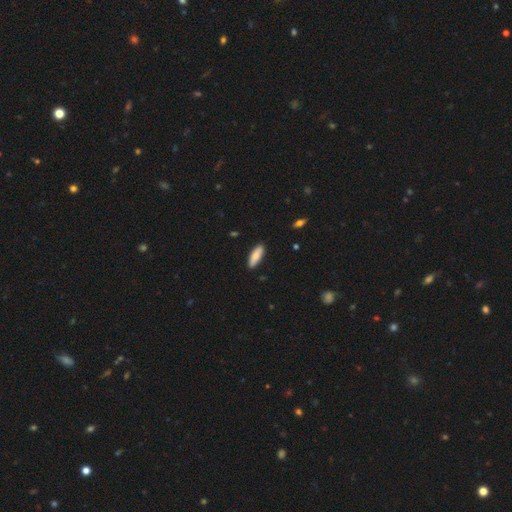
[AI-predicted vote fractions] smooth_or_featured: smooth (p=0.85) [alt: featured or disk p=0.09]
how_rounded: in between (p=0.56) [alt: cigar-shaped p=0.42]
merging: none (p=0.88) [alt: minor disturbance p=0.10]